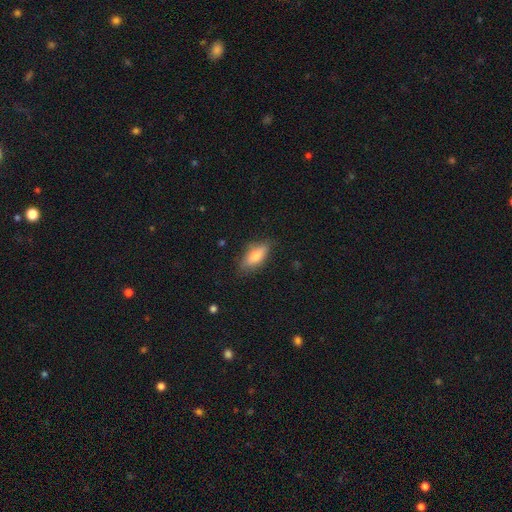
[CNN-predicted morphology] This appears to be a smooth galaxy with no disk features (71%) that is in between round and cigar-shaped (74%). Merging: none (77%).